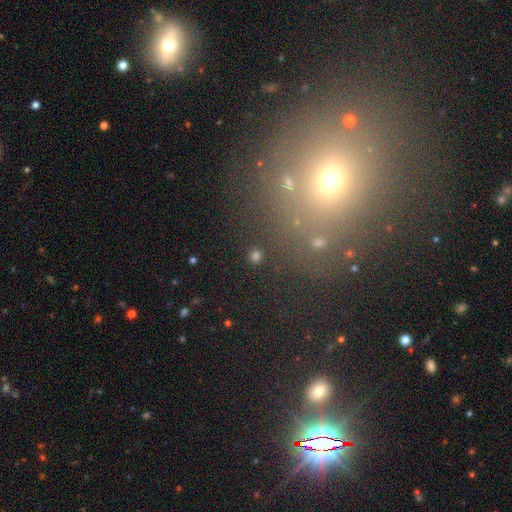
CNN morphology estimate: A smooth galaxy with no disk features (76%) that is round (89%). Merging: none (89%).